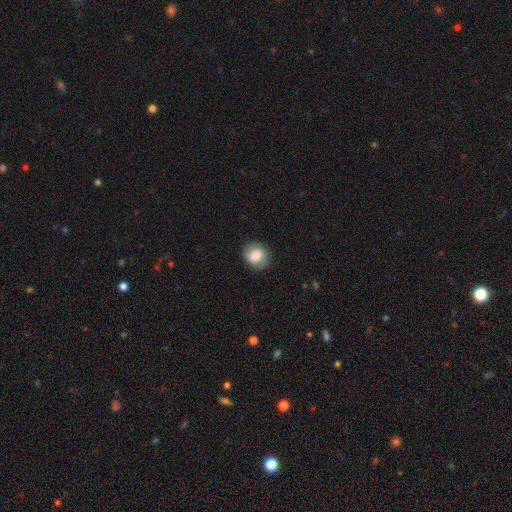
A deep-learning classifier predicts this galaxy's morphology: Overall: smooth (74%). How rounded: round (75%). Merging: none (85%).